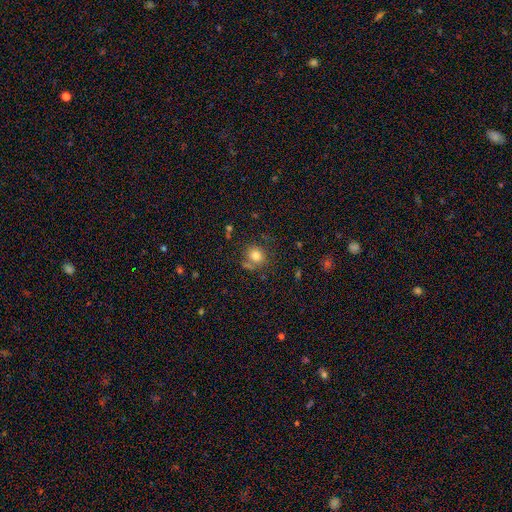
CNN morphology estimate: type=smooth (79%); roundness=round (78%); merging=none (69%).